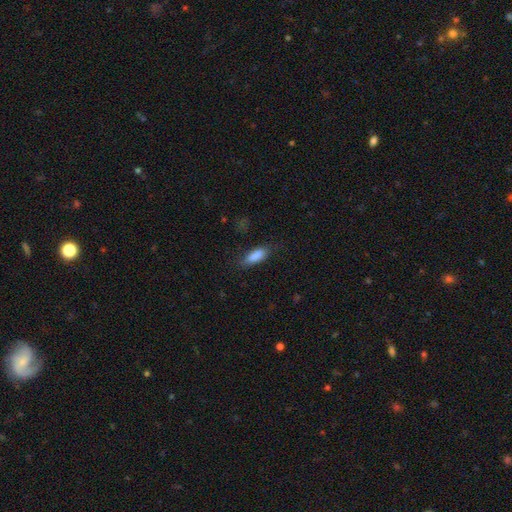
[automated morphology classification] Q: Smooth or featured?
A: smooth (85%); runner-up: featured or disk (7%)
Q: How rounded?
A: in between (66%); runner-up: cigar-shaped (32%)
Q: Merging?
A: none (73%); runner-up: minor disturbance (19%)